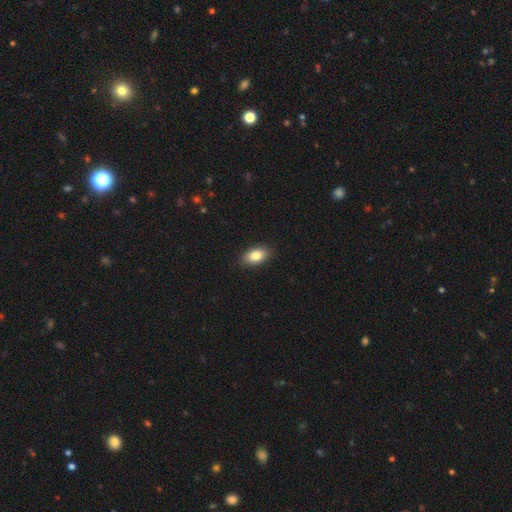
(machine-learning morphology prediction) This is clearly a smooth galaxy (84%). How rounded: clearly in between (90%). Merging: clearly none (89%).